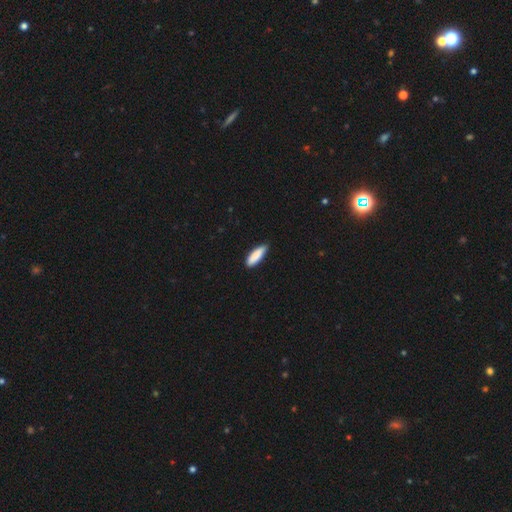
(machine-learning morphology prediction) Smooth or featured: smooth — 87% (featured or disk — 8%)
How rounded: cigar-shaped — 51% (in between — 48%)
Merging: none — 80% (minor disturbance — 17%)